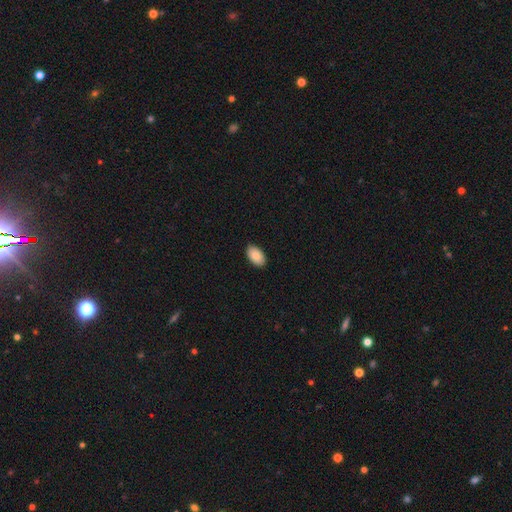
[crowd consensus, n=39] Overall: smooth (79%). How rounded: in between (97%). Merging: none (85%).